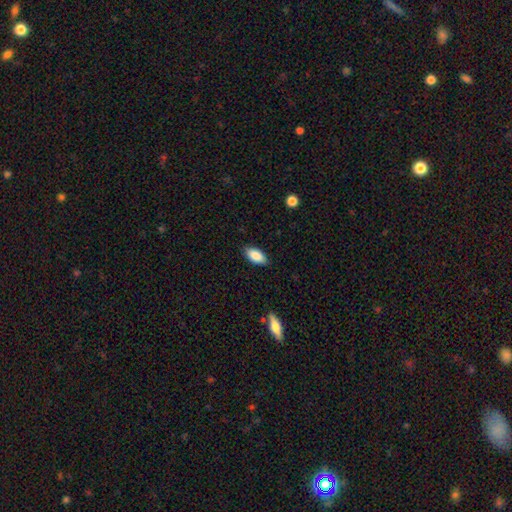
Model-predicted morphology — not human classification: smooth-or-featured: smooth: 86% | featured or disk: 7% | star or artifact: 6%
  how-rounded: in between: 90% | cigar-shaped: 7% | round: 3%
  merging: none: 85% | minor disturbance: 12% | major disturbance: 2% | merger: 1%